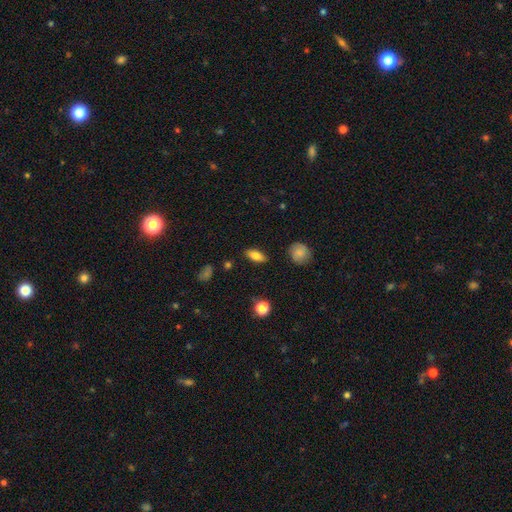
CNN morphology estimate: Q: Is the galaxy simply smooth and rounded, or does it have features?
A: smooth — 78%.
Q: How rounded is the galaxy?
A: in between — 83%.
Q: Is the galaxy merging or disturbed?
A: none — 87%.